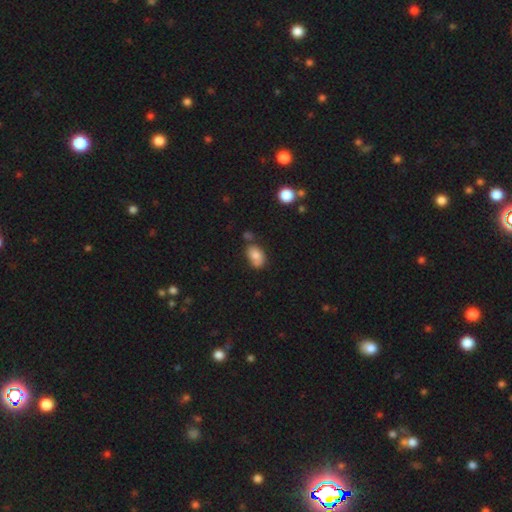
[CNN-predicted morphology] Q: Smooth or featured?
A: smooth (76%); runner-up: featured or disk (14%)
Q: How rounded?
A: in between (86%); runner-up: round (12%)
Q: Merging?
A: none (52%); runner-up: minor disturbance (26%)